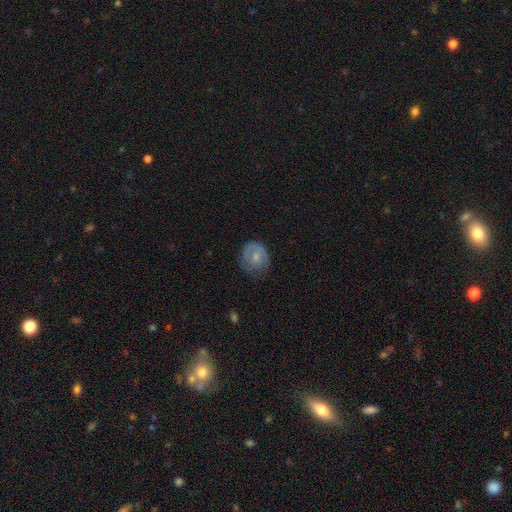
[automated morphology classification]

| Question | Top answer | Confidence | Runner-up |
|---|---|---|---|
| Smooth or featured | smooth | 55% | featured or disk (39%) |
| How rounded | round | 68% | in between (30%) |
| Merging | none | 57% | minor disturbance (27%) |